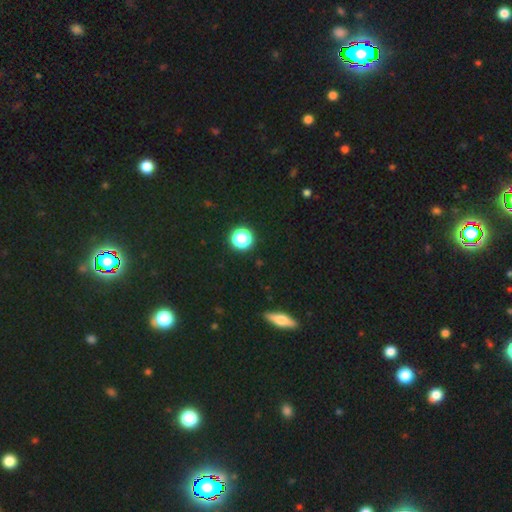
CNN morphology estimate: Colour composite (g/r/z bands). It shows a star or artifact, not a galaxy (63%).